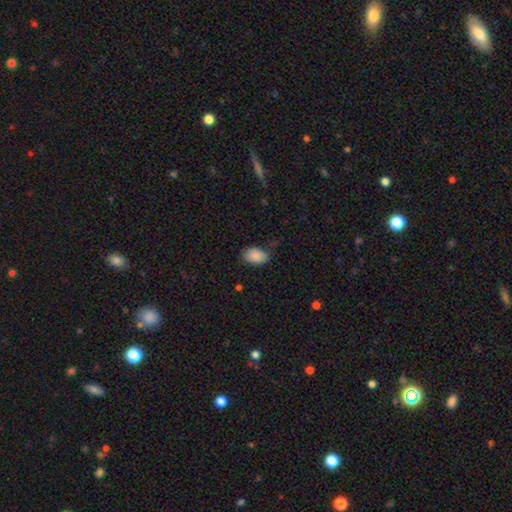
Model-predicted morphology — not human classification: Smooth or featured?
  - smooth: 88% *
  - star or artifact: 7%
  - featured or disk: 5%
How rounded?
  - in between: 87% *
  - round: 11%
  - cigar-shaped: 1%
Merging?
  - none: 72% *
  - minor disturbance: 21%
  - major disturbance: 4%
  - merger: 2%